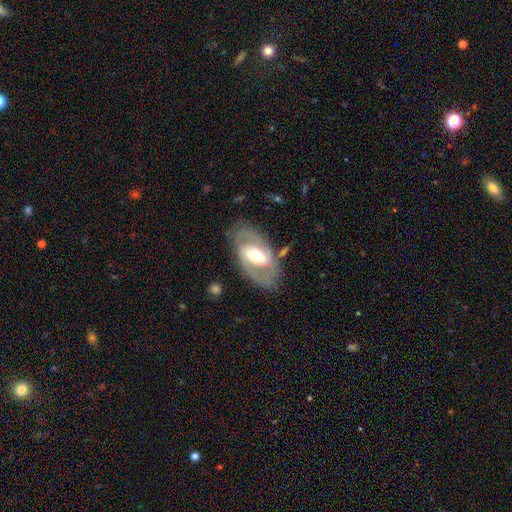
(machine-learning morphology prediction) Smooth or featured? featured or disk (76%)
Edge-on disk? no (94%)
Bar? strong (39%, tied with weak)
Spiral arms? yes (77%)
Spiral winding? medium (47%)
Spiral arm count? 2 (81%)
Bulge size? moderate (62%)
Merging? none (73%)